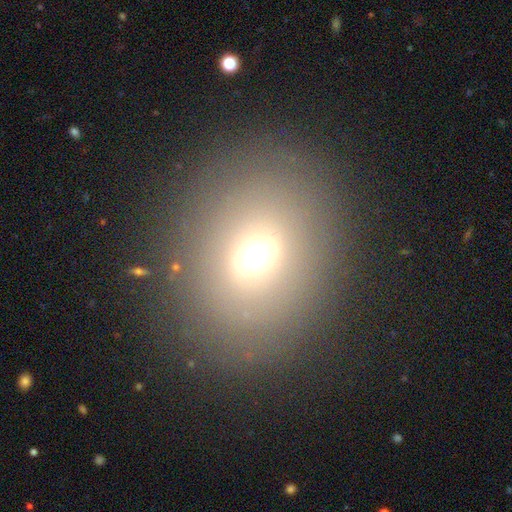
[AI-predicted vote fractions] Q: Smooth or featured?
A: smooth (62%); runner-up: star or artifact (20%)
Q: How rounded?
A: round (57%); runner-up: in between (42%)
Q: Merging?
A: none (83%); runner-up: minor disturbance (9%)